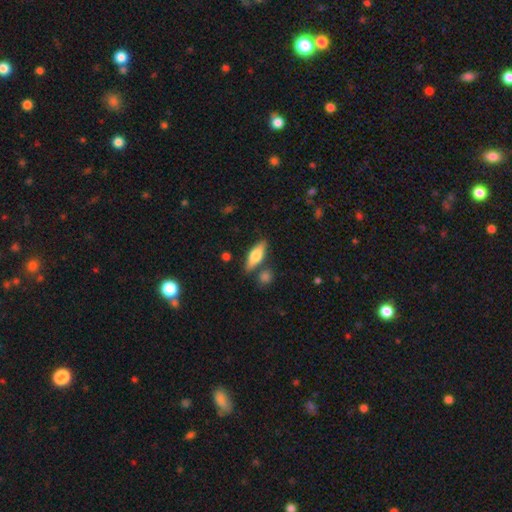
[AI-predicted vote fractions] This appears to be a smooth galaxy with no disk features (56%) that is in between round and cigar-shaped (55%). Merging: none (79%).